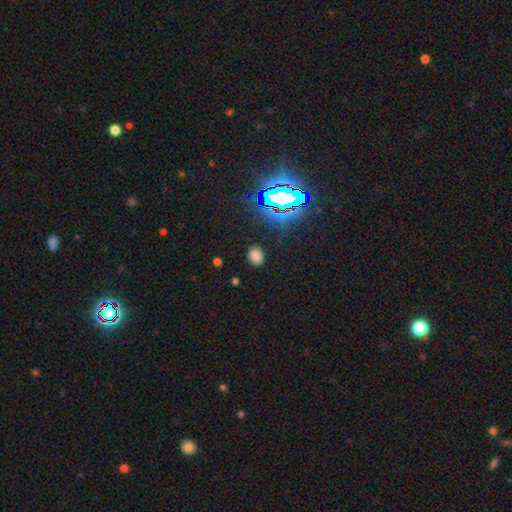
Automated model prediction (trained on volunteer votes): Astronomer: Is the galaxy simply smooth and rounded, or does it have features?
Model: smooth — 71%.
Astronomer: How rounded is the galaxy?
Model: in between — 69%.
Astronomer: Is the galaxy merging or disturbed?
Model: none — 86%.